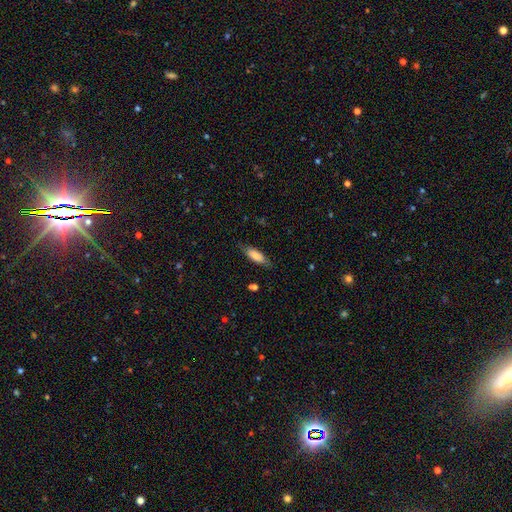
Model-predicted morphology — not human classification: Overall: smooth (80%). How rounded: in between (62%; cigar-shaped 37%). Merging: none (76%).